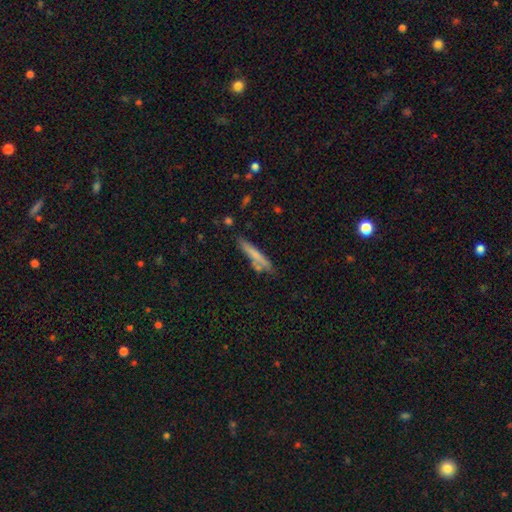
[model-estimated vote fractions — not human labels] This is likely a smooth galaxy (67%). How rounded: clearly cigar-shaped (92%). Merging: likely none (72%).